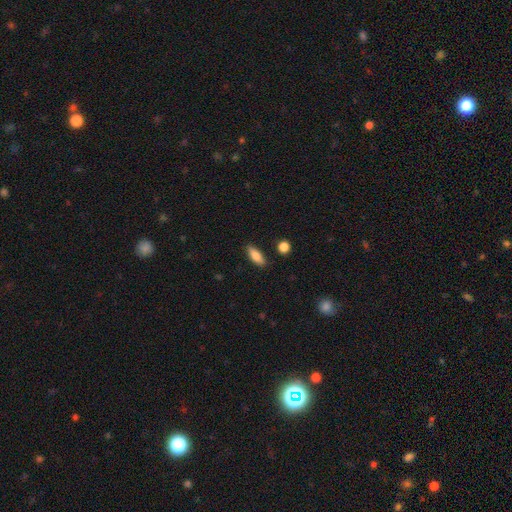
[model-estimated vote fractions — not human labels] This appears to be a smooth galaxy with no disk features (83%) that is in between round and cigar-shaped (71%). Merging: none (86%).